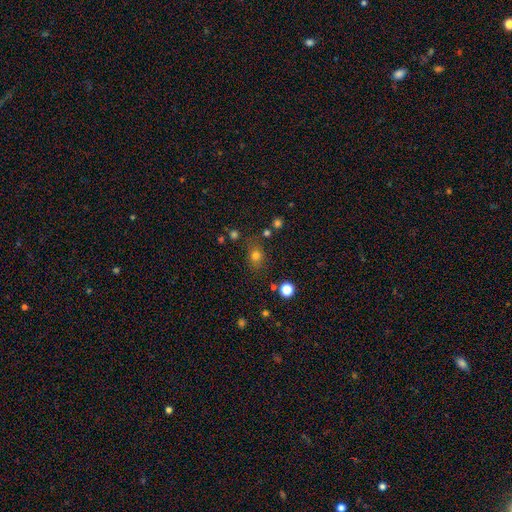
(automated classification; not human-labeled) Smooth or featured?
  - smooth: 75% *
  - star or artifact: 17%
  - featured or disk: 8%
How rounded?
  - round: 57% *
  - in between: 41%
  - cigar-shaped: 1%
Merging?
  - none: 73% *
  - minor disturbance: 15%
  - merger: 6%
  - major disturbance: 6%